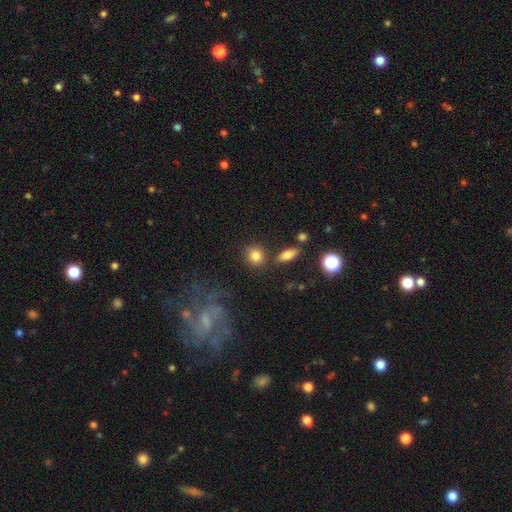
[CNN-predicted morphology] smooth 84%, star or artifact 9%, featured or disk 7%. Down the decision tree: how rounded — round (76%); merging — none (77%).